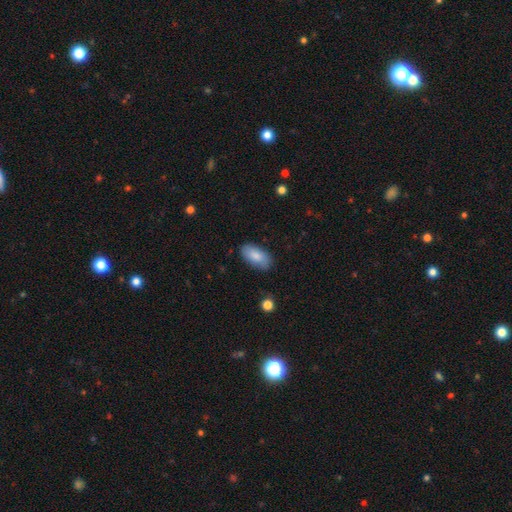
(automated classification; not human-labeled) Q: Smooth or featured?
A: smooth (83%); runner-up: featured or disk (11%)
Q: How rounded?
A: in between (93%); runner-up: cigar-shaped (4%)
Q: Merging?
A: none (82%); runner-up: minor disturbance (14%)